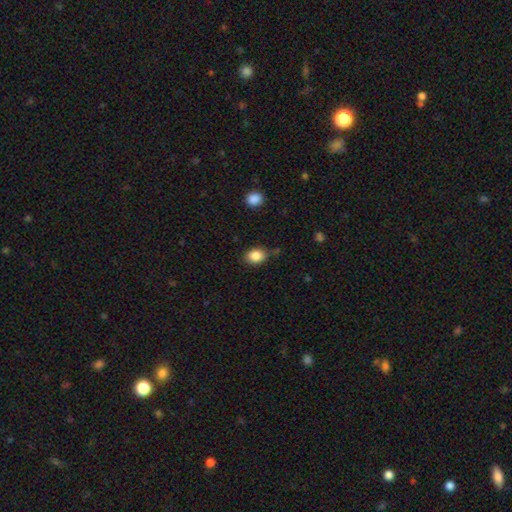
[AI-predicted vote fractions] A smooth galaxy with no disk features (86%) that is in between round and cigar-shaped (66%). Merging: none (74%).